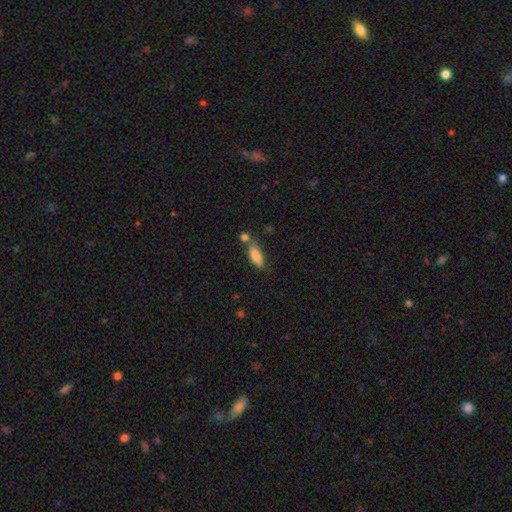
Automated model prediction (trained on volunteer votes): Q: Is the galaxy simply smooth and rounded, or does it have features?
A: smooth — 84%.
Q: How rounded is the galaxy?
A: in between — 69%.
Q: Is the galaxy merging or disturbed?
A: none — 50%.